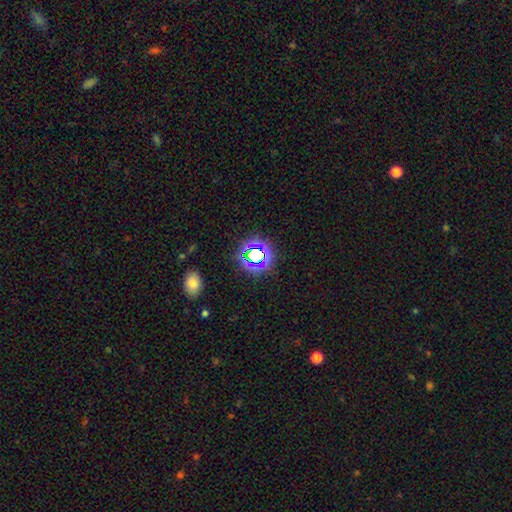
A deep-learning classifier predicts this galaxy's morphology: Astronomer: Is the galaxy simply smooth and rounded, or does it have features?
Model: star or artifact — 62%.